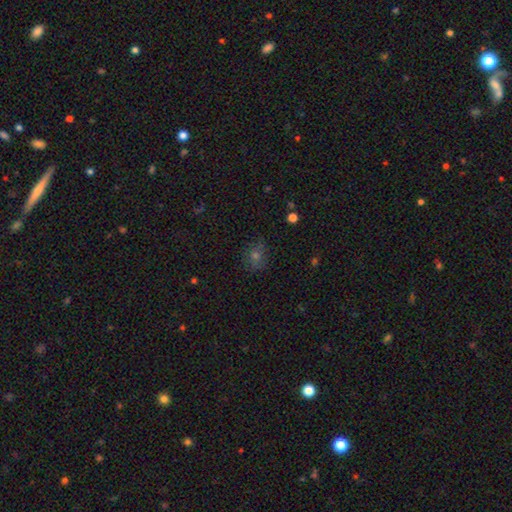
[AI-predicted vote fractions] Q: Smooth or featured?
A: smooth (54%); runner-up: star or artifact (30%)
Q: How rounded?
A: round (69%); runner-up: in between (29%)
Q: Merging?
A: none (79%); runner-up: minor disturbance (15%)